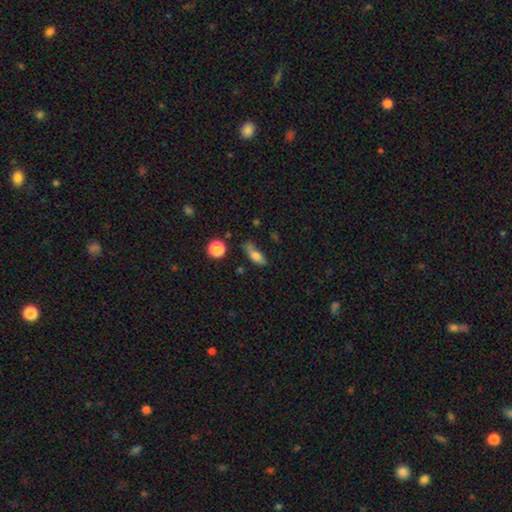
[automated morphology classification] The model was most divided on "merging": none: 51%, minor disturbance: 31%, major disturbance: 12%, merger: 6%. More confident: smooth or featured — smooth (75%); how rounded — in between (69%).